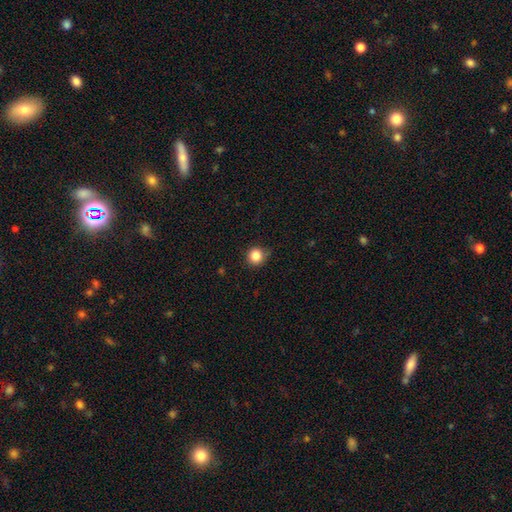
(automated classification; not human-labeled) The model was most divided on "merging": none: 79%, minor disturbance: 17%, major disturbance: 3%, merger: 1%. More confident: how rounded — round (92%); smooth or featured — smooth (85%).